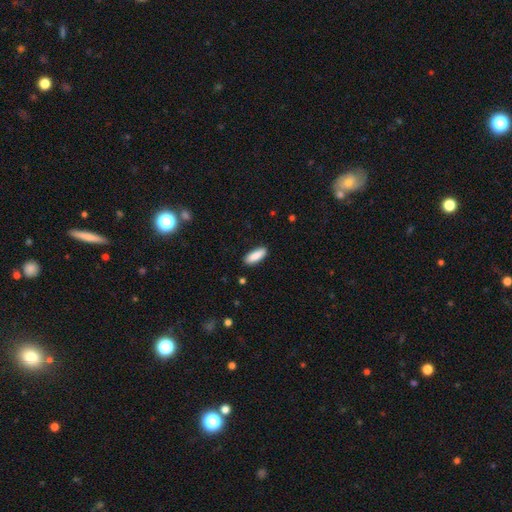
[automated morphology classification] A smooth galaxy with no disk features (88%) that is in between round and cigar-shaped (67%).

Vote fractions:
- Smooth or featured? smooth: 88% / star or artifact: 6% / featured or disk: 6%
- How rounded? in between: 67% / cigar-shaped: 31% / round: 2%
- Merging? none: 89% / minor disturbance: 9% / major disturbance: 2% / merger: 1%